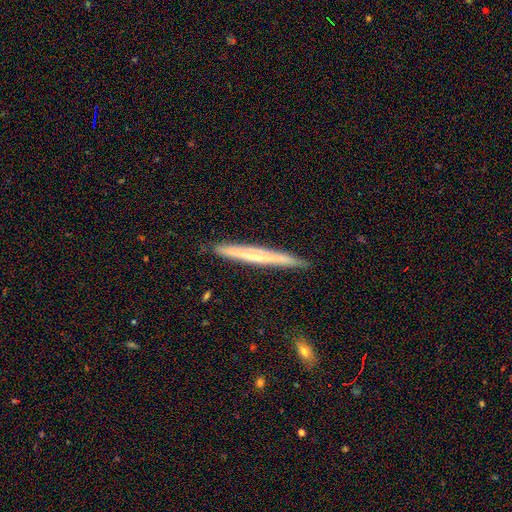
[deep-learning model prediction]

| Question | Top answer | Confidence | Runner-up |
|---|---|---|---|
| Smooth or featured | featured or disk | 54% | smooth (39%) |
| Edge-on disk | yes | 95% | no (5%) |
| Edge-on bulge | none | 62% | rounded (33%) |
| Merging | none | 89% | minor disturbance (9%) |